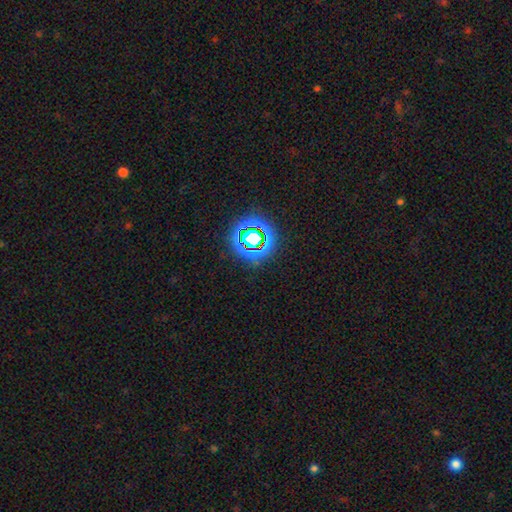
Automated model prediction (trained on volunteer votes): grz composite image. It shows a star or artifact, not a galaxy (76%).